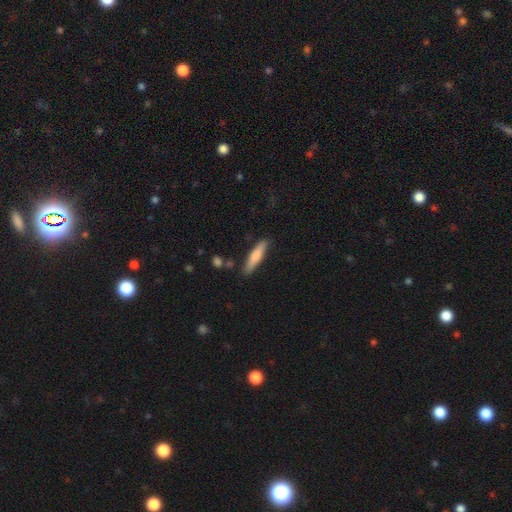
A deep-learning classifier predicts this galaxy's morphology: This is likely a smooth galaxy (73%). How rounded: clearly cigar-shaped (82%). Merging: clearly none (84%).